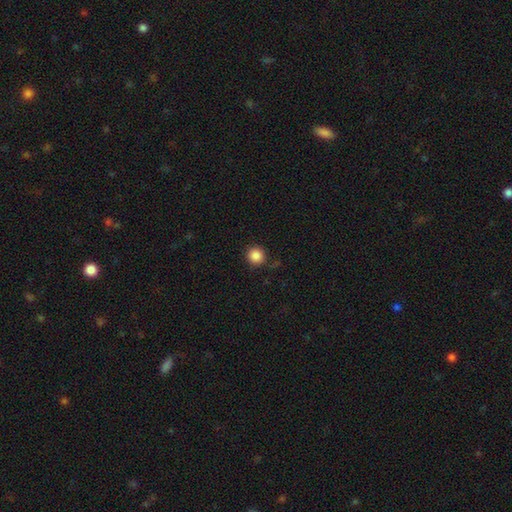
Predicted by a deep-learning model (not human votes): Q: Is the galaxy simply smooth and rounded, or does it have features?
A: smooth — 86%.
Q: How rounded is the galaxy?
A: round — 94%.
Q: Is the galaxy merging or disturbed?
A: none — 87%.